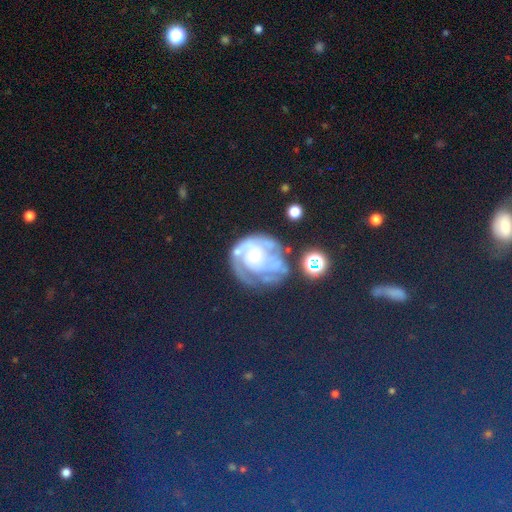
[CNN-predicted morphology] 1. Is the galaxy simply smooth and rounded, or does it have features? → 68% featured or disk, 17% star or artifact, 15% smooth.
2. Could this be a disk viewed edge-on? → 98% no, 2% yes.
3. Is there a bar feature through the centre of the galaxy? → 75% no, 20% weak, 5% strong.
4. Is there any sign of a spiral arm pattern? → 83% yes, 17% no.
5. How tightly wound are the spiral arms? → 59% tight, 30% medium, 11% loose.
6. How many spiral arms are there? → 39% can't tell, 26% 2, 13% 1, 12% 3, 5% 4, 5% more than 4.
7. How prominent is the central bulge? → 53% small, 31% moderate, 8% none, 6% large, 2% dominant.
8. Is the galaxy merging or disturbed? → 46% none, 24% minor disturbance, 23% major disturbance, 7% merger.